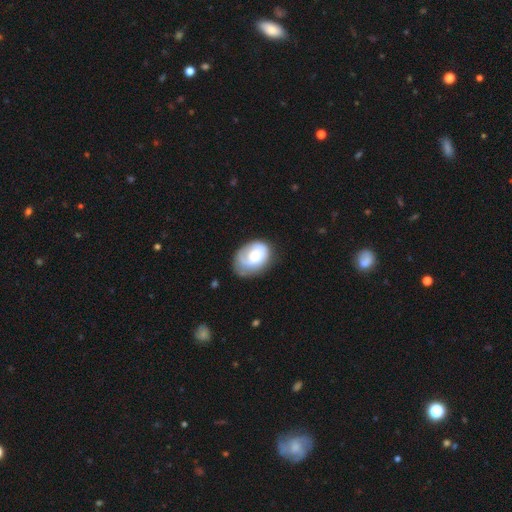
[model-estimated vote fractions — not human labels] A smooth galaxy with no disk features (48%). Merging: none (55%).